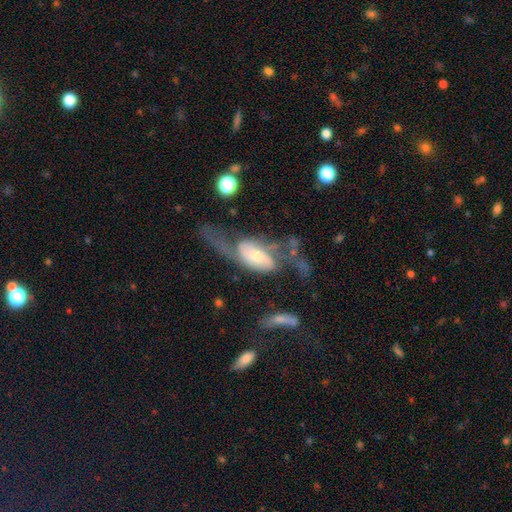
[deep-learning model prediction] smooth-or-featured: featured or disk: 75% | smooth: 18% | star or artifact: 6%
  disk-edge-on: no: 89% | yes: 11%
    bar: no: 54% | weak: 32% | strong: 14%
    has-spiral-arms: yes: 84% | no: 16%
      spiral-winding: loose: 58% | medium: 30% | tight: 11%
      spiral-arm-count: 2: 80% | can't tell: 9% | 1: 7% | 3: 2% | 4: 1% | more than 4: 1%
    bulge-size: moderate: 49% | small: 37% | large: 9% | none: 2% | dominant: 2%
  merging: major disturbance: 43% | none: 33% | minor disturbance: 18% | merger: 7%